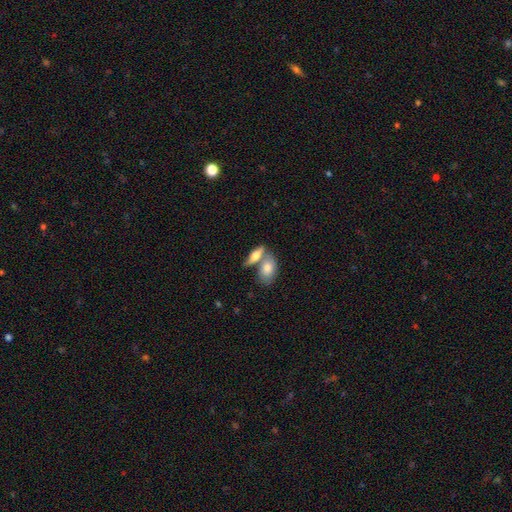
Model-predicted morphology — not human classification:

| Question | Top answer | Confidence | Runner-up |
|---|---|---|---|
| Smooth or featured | smooth | 66% | featured or disk (28%) |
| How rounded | in between | 73% | cigar-shaped (22%) |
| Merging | merger | 47% | none (39%) |